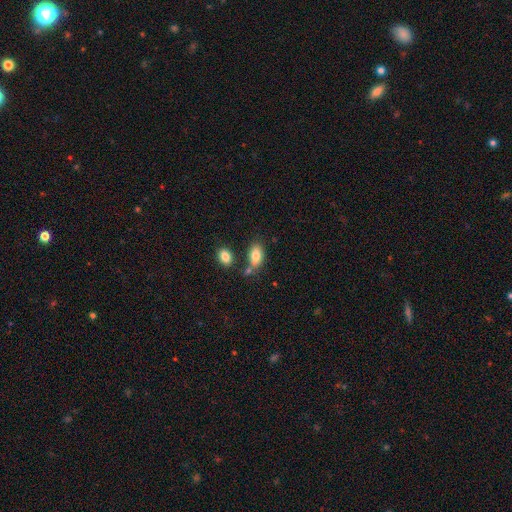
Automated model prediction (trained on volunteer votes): Smooth or featured?
  - smooth: 81% *
  - featured or disk: 11%
  - star or artifact: 8%
How rounded?
  - in between: 89% *
  - round: 7%
  - cigar-shaped: 3%
Merging?
  - none: 58% *
  - merger: 22%
  - minor disturbance: 15%
  - major disturbance: 5%